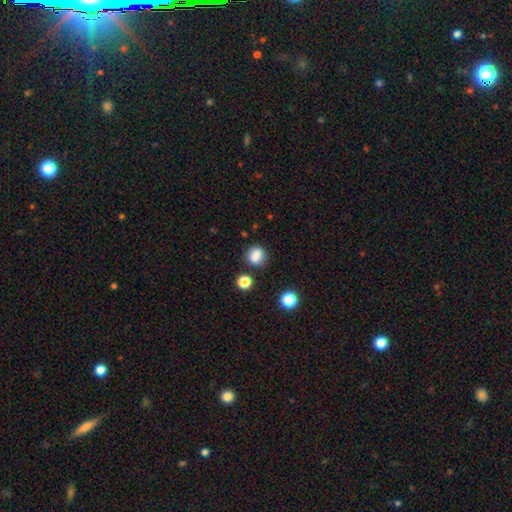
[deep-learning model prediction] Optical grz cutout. It shows a smooth galaxy with no disk features (84%) that is round (70%). Merging: none (77%).